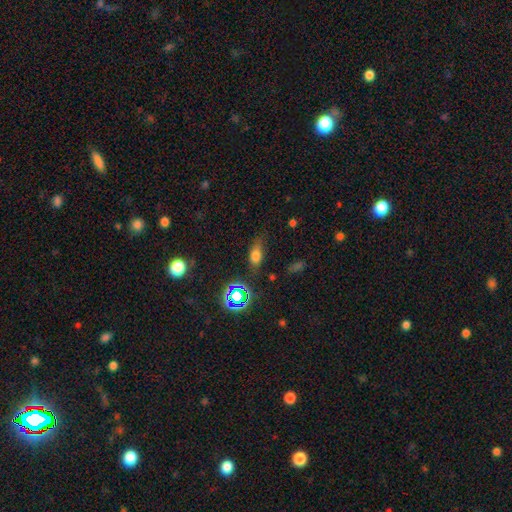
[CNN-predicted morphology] This is likely a smooth galaxy (67%). How rounded: likely in between (77%). Merging: likely none (68%).